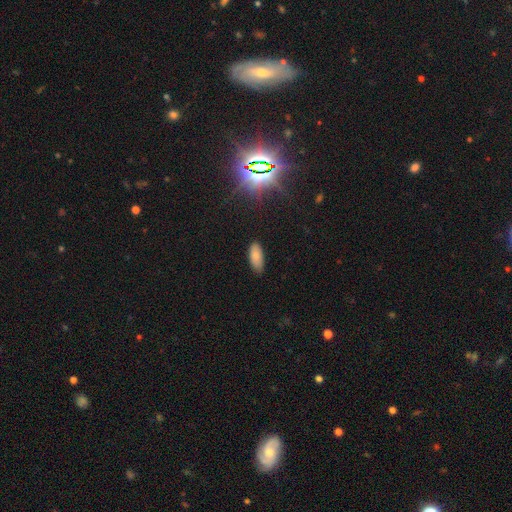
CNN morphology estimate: smooth 83%, star or artifact 9%, featured or disk 8%. Down the decision tree: how rounded — in between (86%); merging — none (80%).